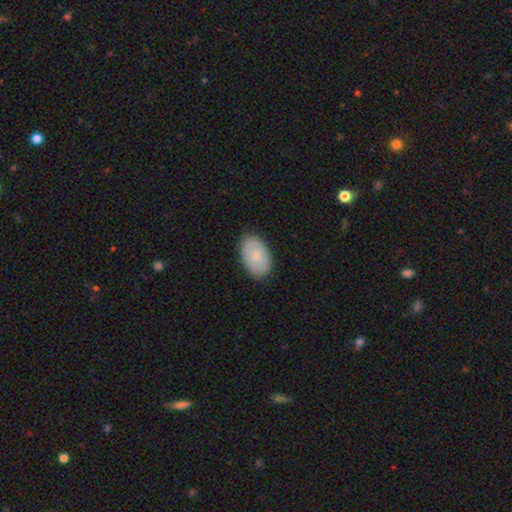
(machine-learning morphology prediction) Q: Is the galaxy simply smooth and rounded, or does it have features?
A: smooth — 72%.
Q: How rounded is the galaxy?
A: in between — 91%.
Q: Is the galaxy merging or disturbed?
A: none — 87%.